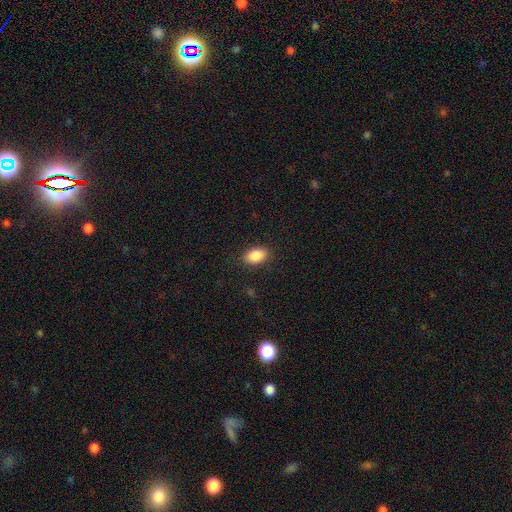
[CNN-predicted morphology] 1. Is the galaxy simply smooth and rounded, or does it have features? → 87% smooth, 8% star or artifact, 5% featured or disk.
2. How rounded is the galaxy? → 88% in between, 11% round, 2% cigar-shaped.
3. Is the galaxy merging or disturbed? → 87% none, 9% minor disturbance, 3% major disturbance, 1% merger.